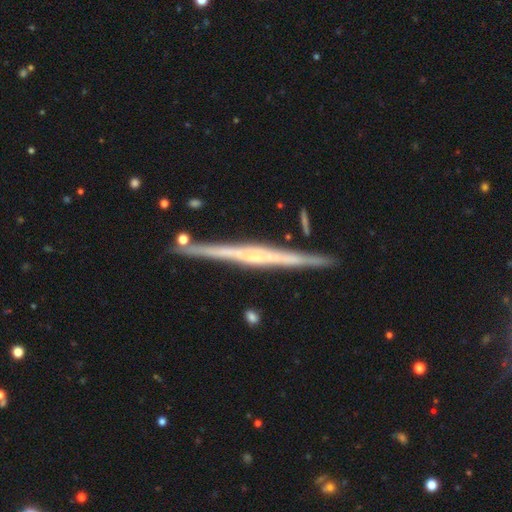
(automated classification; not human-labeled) The model was most divided on "edge-on bulge": none: 49%, rounded: 35%, boxy: 16%. More confident: edge-on disk — yes (98%); merging — none (88%); smooth or featured — featured or disk (79%).